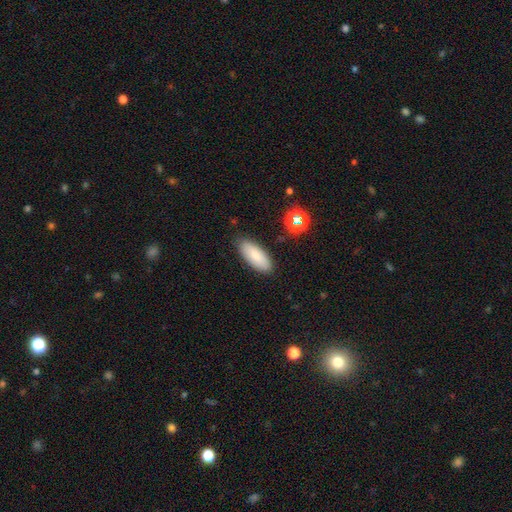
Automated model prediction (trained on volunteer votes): smooth 81%, featured or disk 11%, star or artifact 8%. Down the decision tree: how rounded — in between (82%); merging — none (85%).